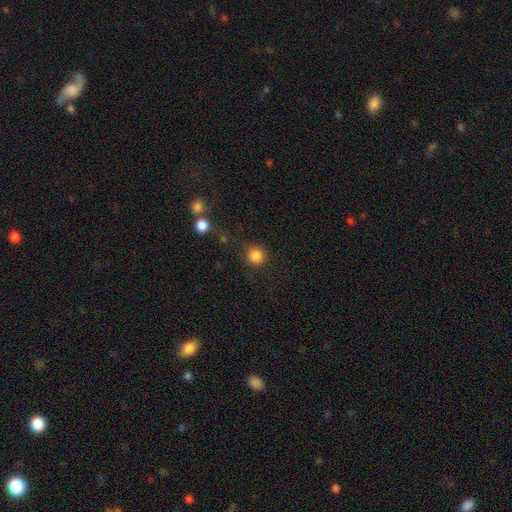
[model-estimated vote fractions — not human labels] Smooth or featured?
  - smooth: 85% *
  - star or artifact: 11%
  - featured or disk: 4%
How rounded?
  - round: 94% *
  - in between: 5%
  - cigar-shaped: 1%
Merging?
  - none: 86% *
  - minor disturbance: 8%
  - major disturbance: 4%
  - merger: 3%